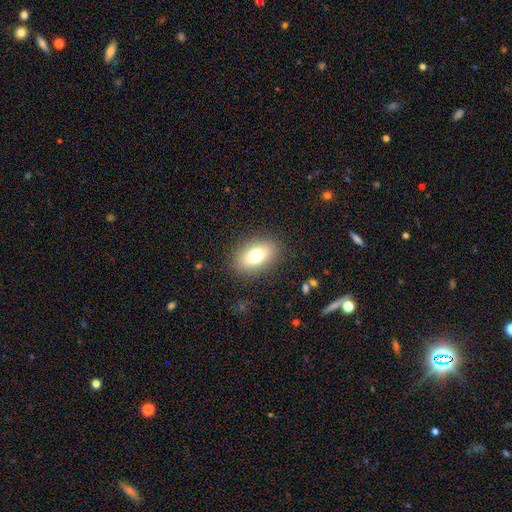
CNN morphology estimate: A smooth galaxy with no disk features (73%) that is in between round and cigar-shaped (85%).

Vote fractions:
- Smooth or featured? smooth: 73% / featured or disk: 17% / star or artifact: 10%
- How rounded? in between: 85% / round: 11% / cigar-shaped: 3%
- Merging? none: 86% / minor disturbance: 9% / major disturbance: 4% / merger: 1%